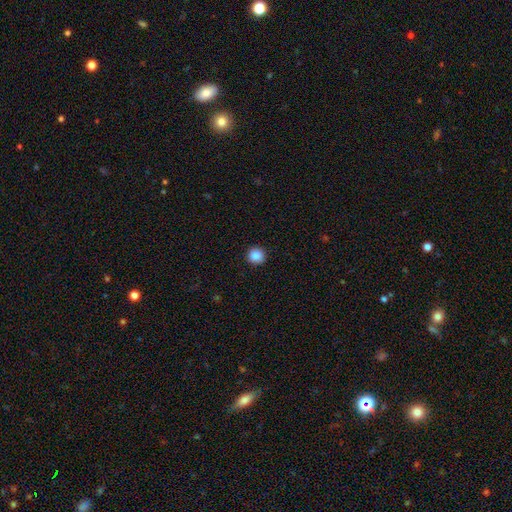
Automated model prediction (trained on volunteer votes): smooth-or-featured: smooth: 87% | star or artifact: 10% | featured or disk: 3%
  how-rounded: round: 94% | in between: 5% | cigar-shaped: 1%
  merging: none: 92% | minor disturbance: 5% | major disturbance: 2% | merger: 1%